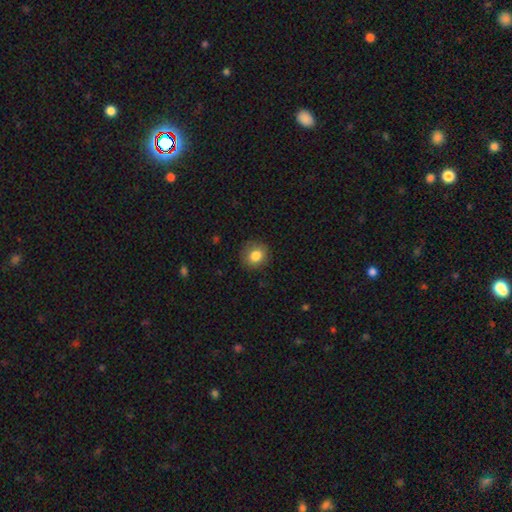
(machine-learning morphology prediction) smooth 83%, star or artifact 10%, featured or disk 7%. Down the decision tree: how rounded — round (76%); merging — none (85%).